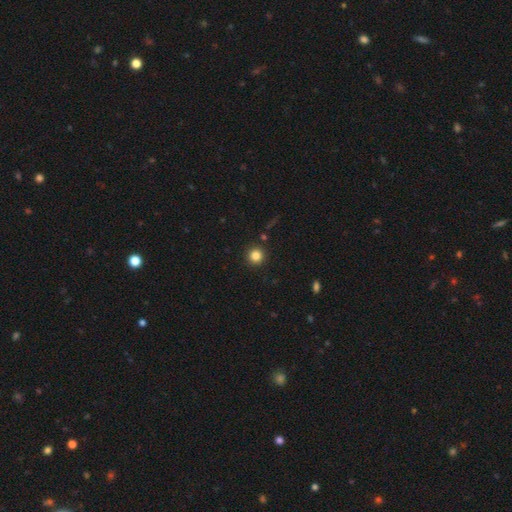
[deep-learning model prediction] This appears to be a smooth galaxy with no disk features (83%) that is round (95%). Merging: none (91%).